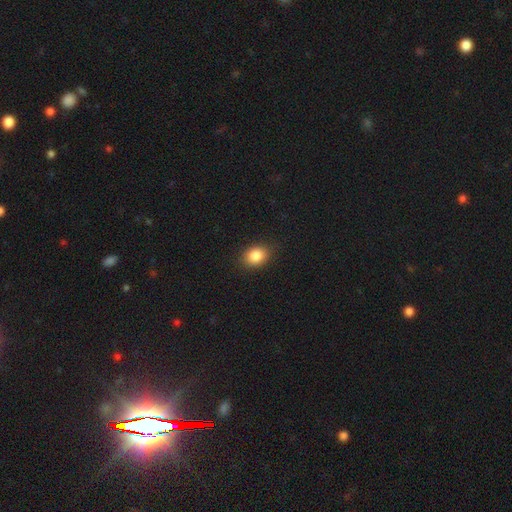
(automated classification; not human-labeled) The model was most divided on "how rounded": in between: 59%, round: 40%, cigar-shaped: 1%. More confident: merging — none (86%); smooth or featured — smooth (86%).